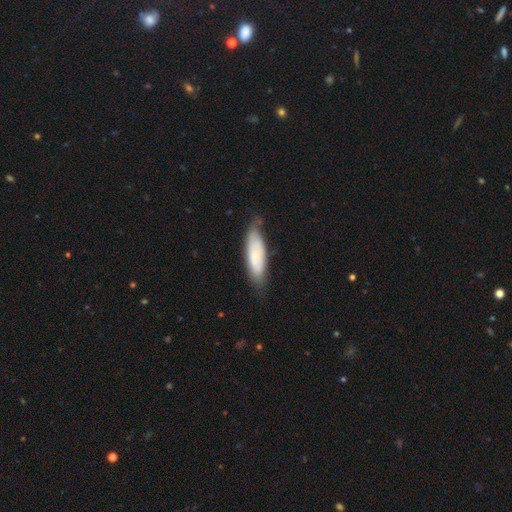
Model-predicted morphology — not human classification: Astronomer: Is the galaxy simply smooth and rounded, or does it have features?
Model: smooth — 66%.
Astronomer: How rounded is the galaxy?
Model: cigar-shaped — 51% (runner-up: in between, 47%).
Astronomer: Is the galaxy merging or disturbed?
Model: none — 67%.